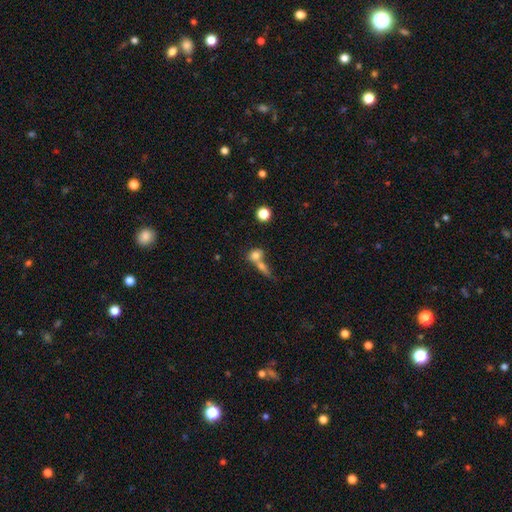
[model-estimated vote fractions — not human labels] smooth_or_featured: smooth (p=0.74) [alt: featured or disk p=0.15]
how_rounded: in between (p=0.50) [alt: round p=0.44]
merging: merger (p=0.61) [alt: none p=0.26]